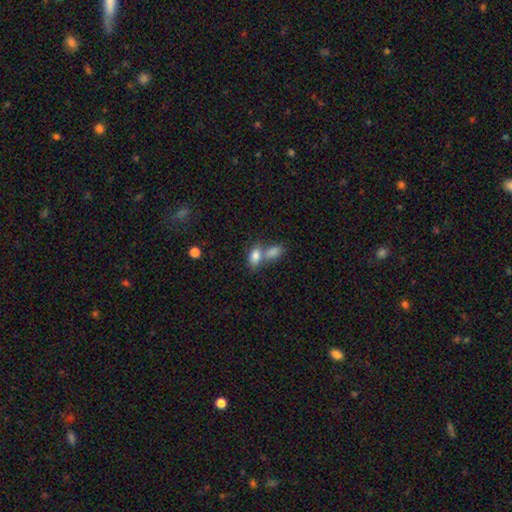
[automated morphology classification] This appears to be a smooth galaxy with no disk features (83%) that is in between round and cigar-shaped (88%). Merging: merger (55%).